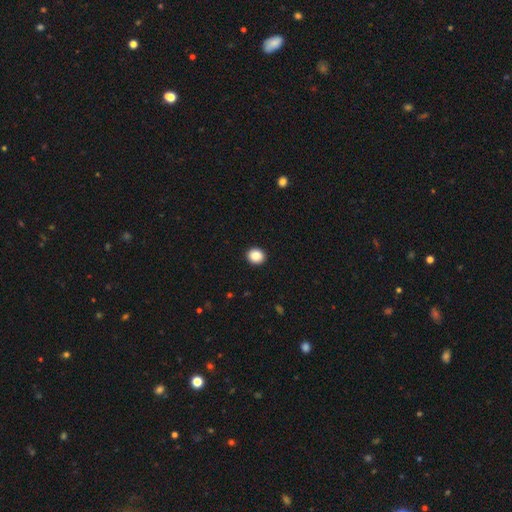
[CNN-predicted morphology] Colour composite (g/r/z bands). It shows a smooth galaxy with no disk features (88%) that is round (83%). Merging: none (93%).